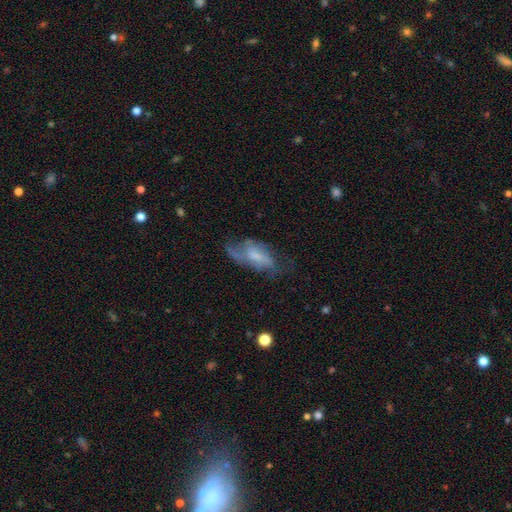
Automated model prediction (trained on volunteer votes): Morphology: type=featured or disk (58%); edge-on=no (90%); bar=no (59%); spiral arms=yes (75%); bulge=moderate (31%); merging=none (45%).